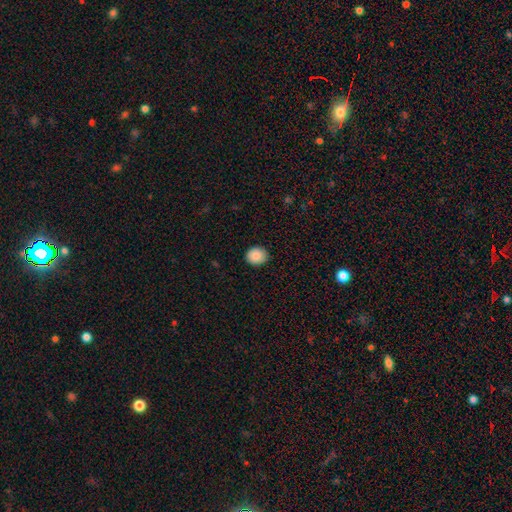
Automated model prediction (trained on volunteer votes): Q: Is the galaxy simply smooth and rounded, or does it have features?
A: smooth — 88%.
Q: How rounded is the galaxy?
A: round — 68%.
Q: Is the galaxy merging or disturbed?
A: none — 88%.